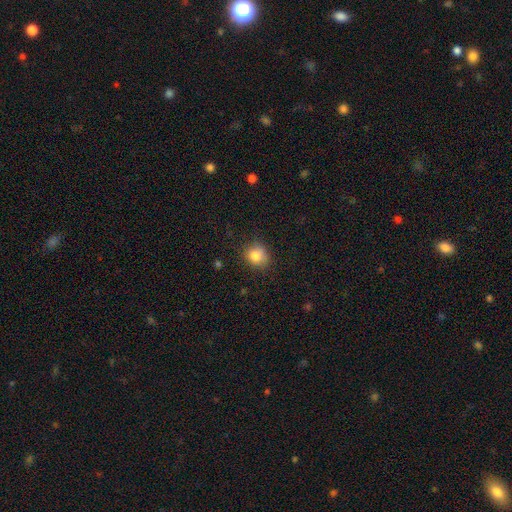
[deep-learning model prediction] Smooth or featured? smooth (82%)
How rounded? round (80%)
Merging? none (83%)